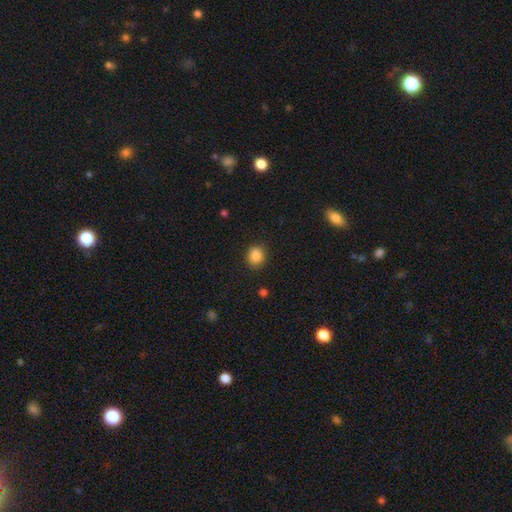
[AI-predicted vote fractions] The model was most divided on "how rounded": round: 75%, in between: 24%, cigar-shaped: 1%. More confident: merging — none (86%); smooth or featured — smooth (86%).